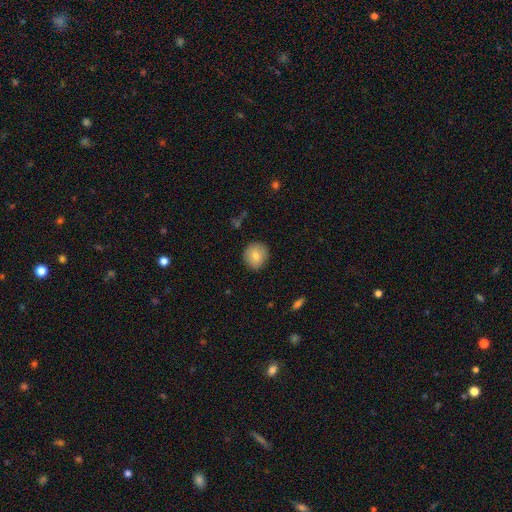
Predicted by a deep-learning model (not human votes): Smooth or featured? Predicted: smooth (p=0.79). How rounded? Predicted: round (p=0.88). Merging? Predicted: none (p=0.87).